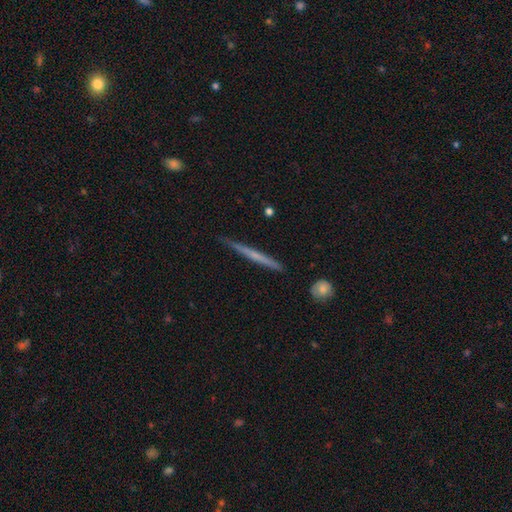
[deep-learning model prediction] A featured or disk galaxy (55%) viewed edge-on (97%) with no central bulge (79%).

Vote fractions:
- Smooth or featured? featured or disk: 55% / smooth: 40% / star or artifact: 6%
- Edge-on disk? yes: 97% / no: 3%
- Edge-on bulge? none: 79% / rounded: 16% / boxy: 5%
- Merging? none: 86% / minor disturbance: 11% / major disturbance: 2% / merger: 1%